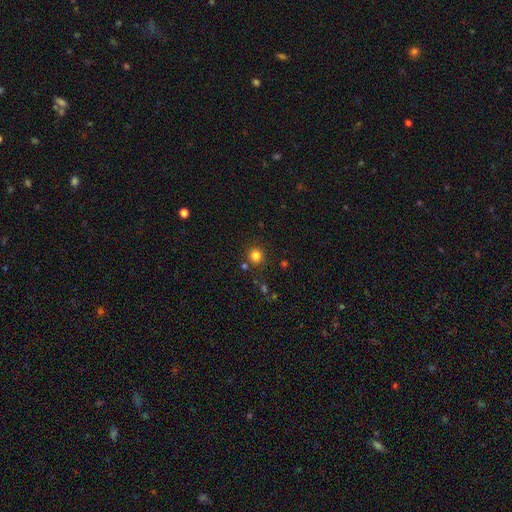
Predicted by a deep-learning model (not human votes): Smooth or featured: smooth — 82% (star or artifact — 14%)
How rounded: round — 92% (in between — 7%)
Merging: none — 84% (minor disturbance — 7%)